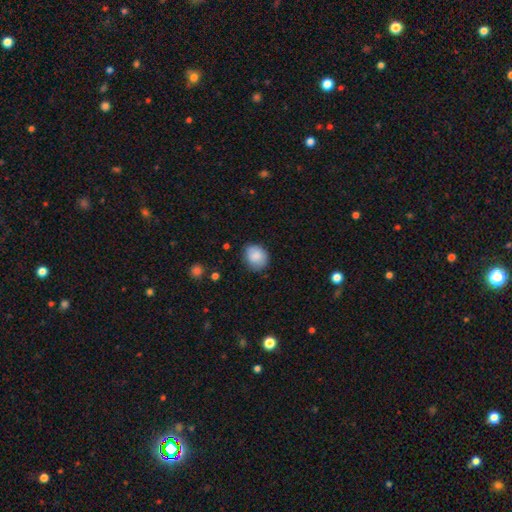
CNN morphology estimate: Q: Smooth or featured?
A: smooth (86%); runner-up: star or artifact (8%)
Q: How rounded?
A: round (67%); runner-up: in between (32%)
Q: Merging?
A: none (76%); runner-up: minor disturbance (19%)